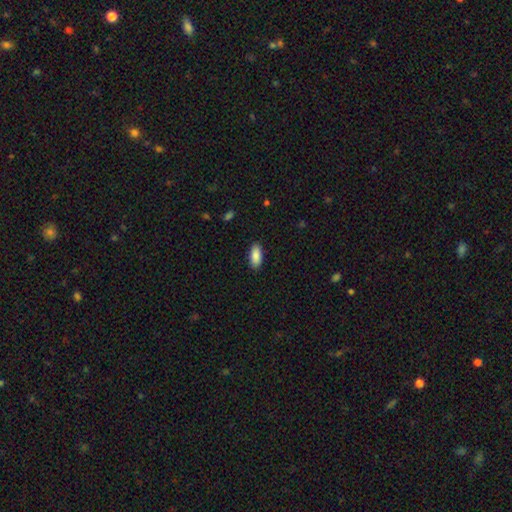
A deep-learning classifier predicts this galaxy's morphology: Smooth or featured? Predicted: smooth (p=0.89). How rounded? Predicted: in between (p=0.88). Merging? Predicted: none (p=0.89).